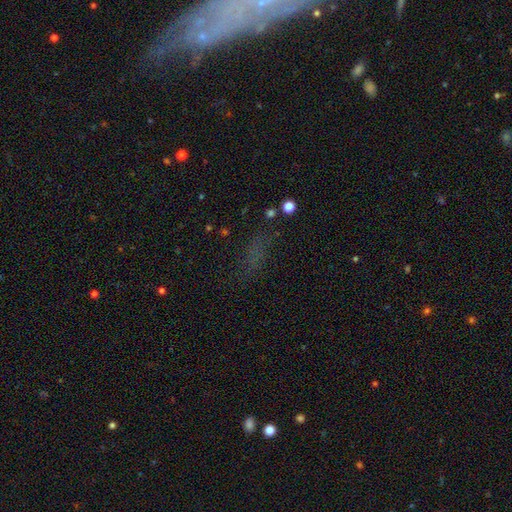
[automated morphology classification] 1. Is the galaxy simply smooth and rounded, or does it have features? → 43% star or artifact, 39% smooth, 18% featured or disk.